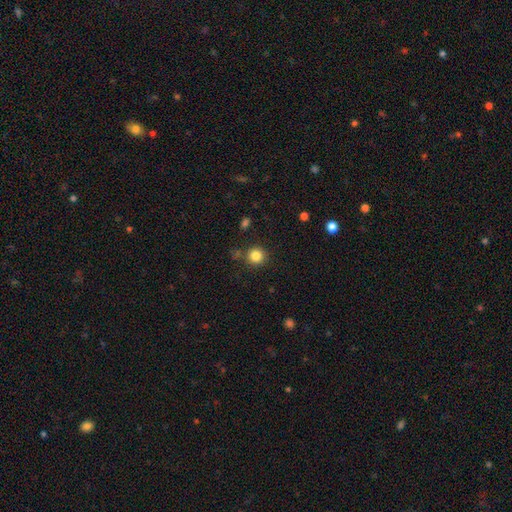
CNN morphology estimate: type=smooth (84%); roundness=round (92%); merging=none (83%).